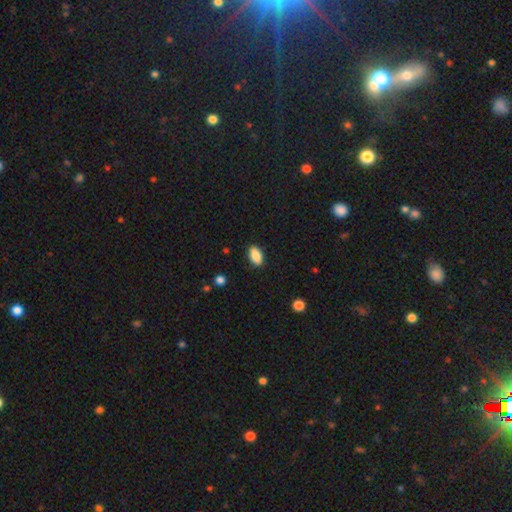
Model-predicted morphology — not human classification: This is clearly a smooth galaxy (87%). How rounded: clearly in between (92%). Merging: clearly none (87%).